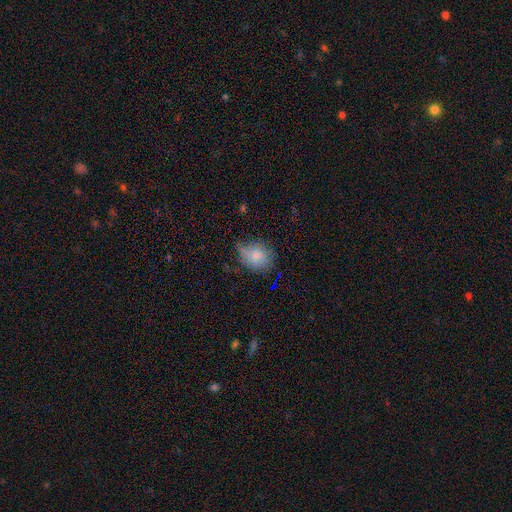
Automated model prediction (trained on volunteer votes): Smooth or featured? Predicted: smooth (p=0.75). How rounded? Predicted: round (p=0.63). Merging? Predicted: none (p=0.59).